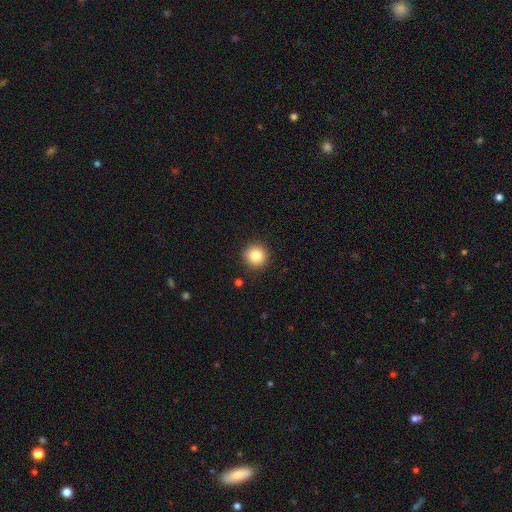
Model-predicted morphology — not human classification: Smooth or featured: smooth — 84% (star or artifact — 10%)
How rounded: round — 94% (in between — 5%)
Merging: none — 90% (minor disturbance — 6%)